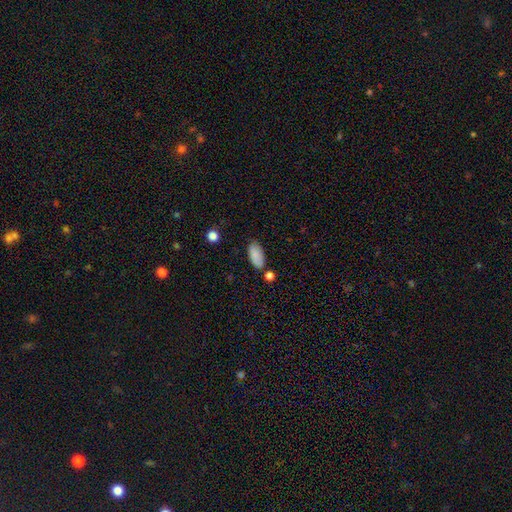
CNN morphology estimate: The model was most divided on "merging": none: 73%, minor disturbance: 17%, merger: 7%, major disturbance: 3%. More confident: how rounded — in between (92%); smooth or featured — smooth (86%).